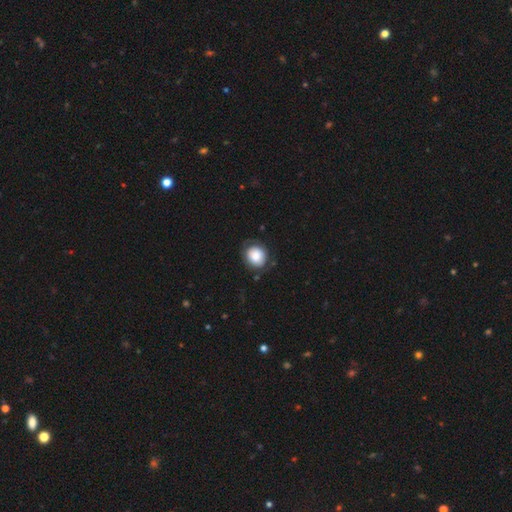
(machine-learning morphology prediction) smooth_or_featured: smooth (p=0.80) [alt: featured or disk p=0.13]
how_rounded: round (p=0.73) [alt: in between p=0.26]
merging: none (p=0.71) [alt: minor disturbance p=0.20]